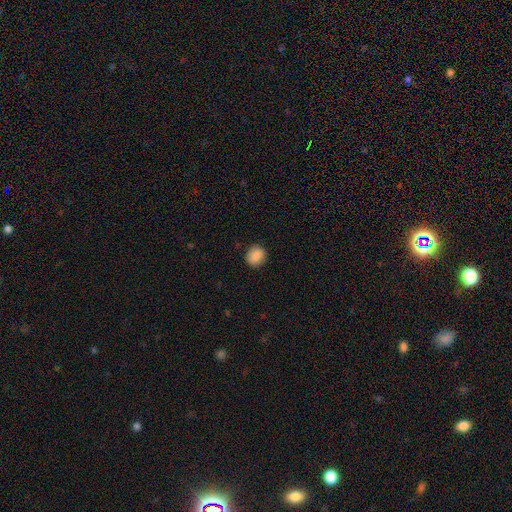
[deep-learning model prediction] smooth_or_featured: smooth (p=0.88) [alt: star or artifact p=0.08]
how_rounded: round (p=0.73) [alt: in between p=0.26]
merging: none (p=0.86) [alt: minor disturbance p=0.10]